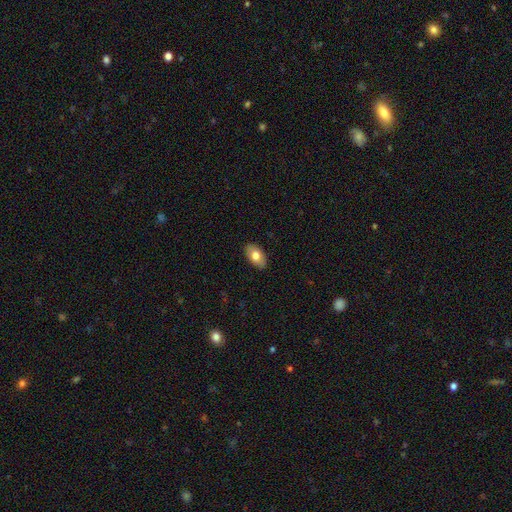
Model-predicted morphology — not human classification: This is likely a smooth galaxy (76%). How rounded: clearly in between (93%). Merging: clearly none (88%).